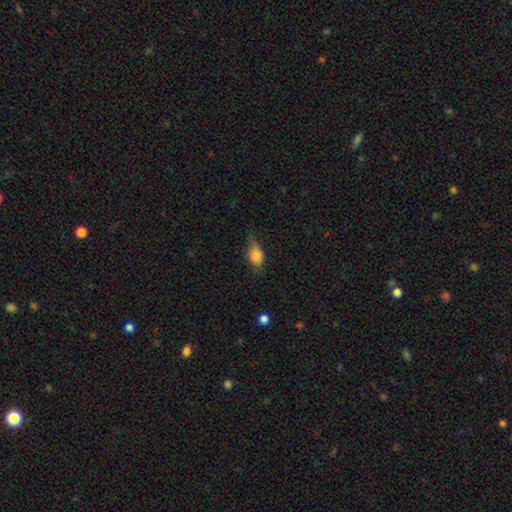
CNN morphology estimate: Smooth or featured? Predicted: smooth (p=0.80). How rounded? Predicted: in between (p=0.74). Merging? Predicted: minor disturbance (p=0.44).